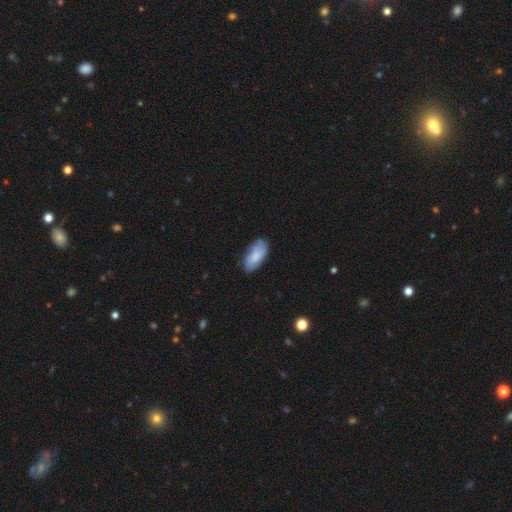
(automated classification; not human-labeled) Q: Smooth or featured?
A: smooth (68%); runner-up: featured or disk (25%)
Q: How rounded?
A: in between (91%); runner-up: cigar-shaped (7%)
Q: Merging?
A: none (70%); runner-up: minor disturbance (23%)